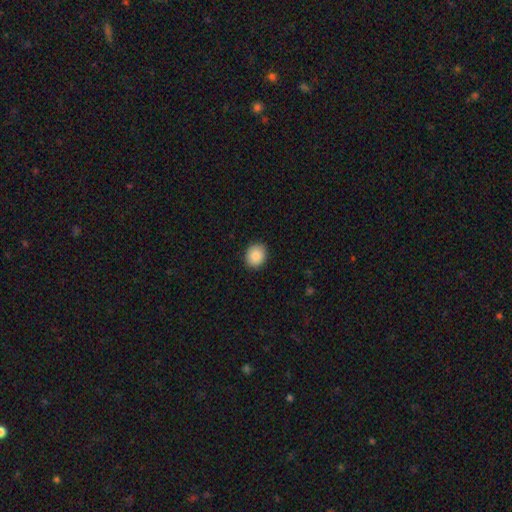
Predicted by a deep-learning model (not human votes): smooth-or-featured: smooth: 88% | star or artifact: 8% | featured or disk: 4%
  how-rounded: round: 68% | in between: 31% | cigar-shaped: 1%
  merging: none: 90% | minor disturbance: 7% | major disturbance: 2% | merger: 1%